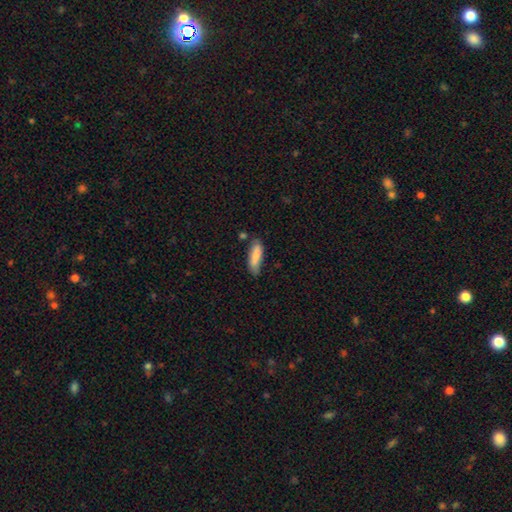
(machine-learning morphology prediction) smooth_or_featured: smooth (p=0.82) [alt: featured or disk p=0.12]
how_rounded: cigar-shaped (p=0.54) [alt: in between p=0.45]
merging: none (p=0.67) [alt: minor disturbance p=0.23]